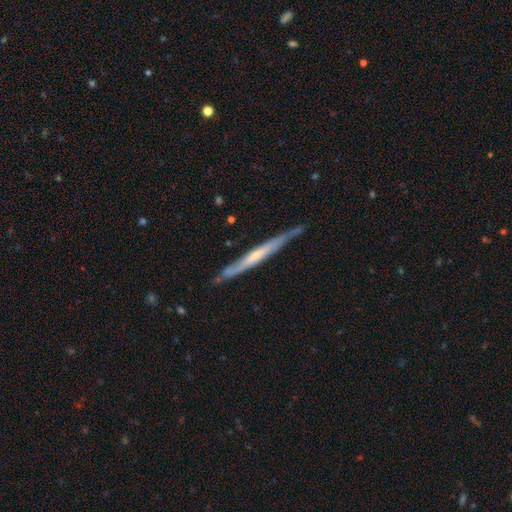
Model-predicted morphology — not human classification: type=featured or disk (67%); edge-on=yes (92%); edge-on bulge=none (61%); merging=none (78%).